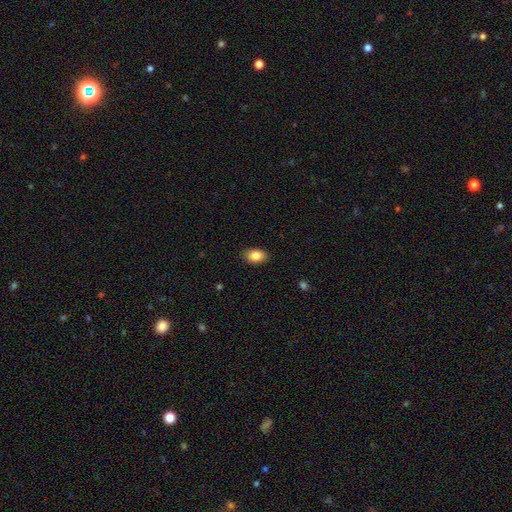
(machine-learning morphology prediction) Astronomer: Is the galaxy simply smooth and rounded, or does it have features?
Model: smooth — 85%.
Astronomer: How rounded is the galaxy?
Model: in between — 87%.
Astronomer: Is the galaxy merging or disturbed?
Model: none — 88%.